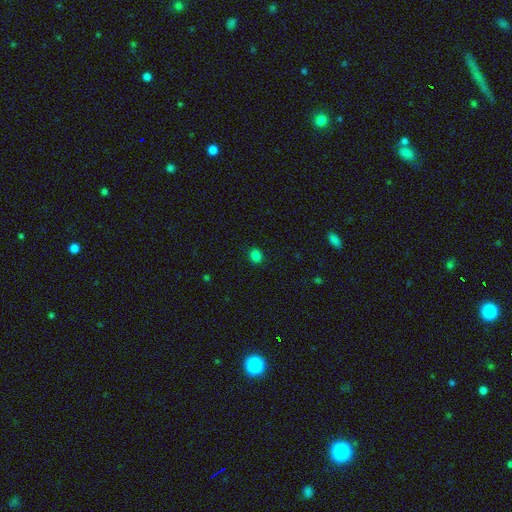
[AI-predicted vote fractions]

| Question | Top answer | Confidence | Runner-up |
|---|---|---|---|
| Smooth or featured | smooth | 82% | star or artifact (15%) |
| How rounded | round | 64% | in between (35%) |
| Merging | none | 89% | minor disturbance (8%) |